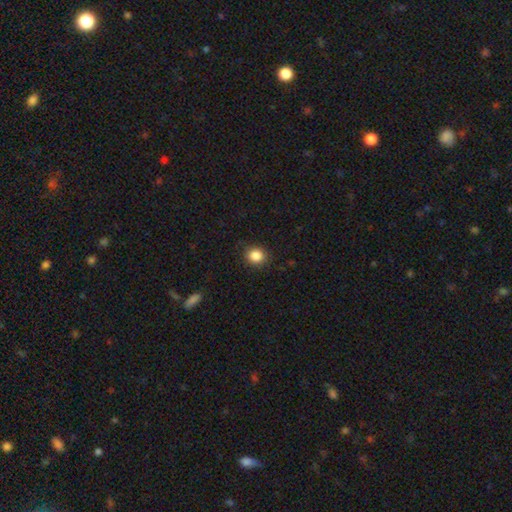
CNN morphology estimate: Smooth or featured?
  - smooth: 86% *
  - star or artifact: 10%
  - featured or disk: 4%
How rounded?
  - round: 76% *
  - in between: 23%
  - cigar-shaped: 1%
Merging?
  - none: 88% *
  - minor disturbance: 9%
  - major disturbance: 2%
  - merger: 1%